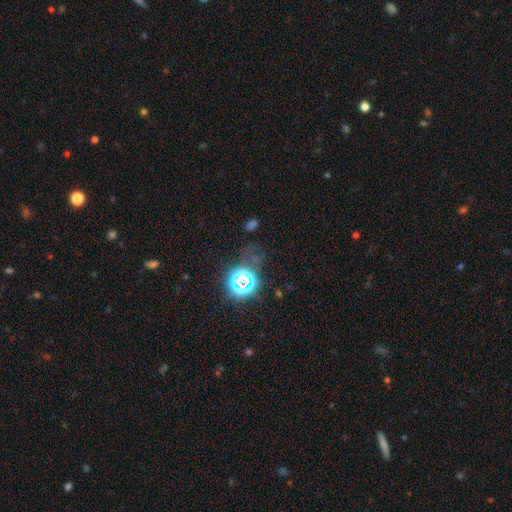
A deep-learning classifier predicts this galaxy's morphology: smooth-or-featured: star or artifact: 72% | smooth: 19% | featured or disk: 9%